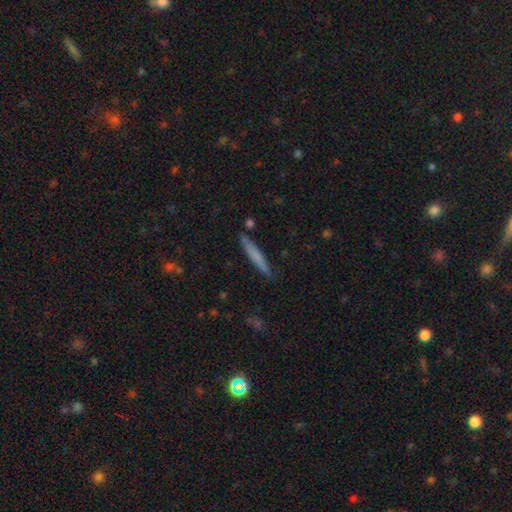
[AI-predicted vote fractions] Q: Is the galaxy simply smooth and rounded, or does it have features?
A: smooth — 67%.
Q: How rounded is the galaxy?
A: cigar-shaped — 95%.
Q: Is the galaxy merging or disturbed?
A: none — 86%.